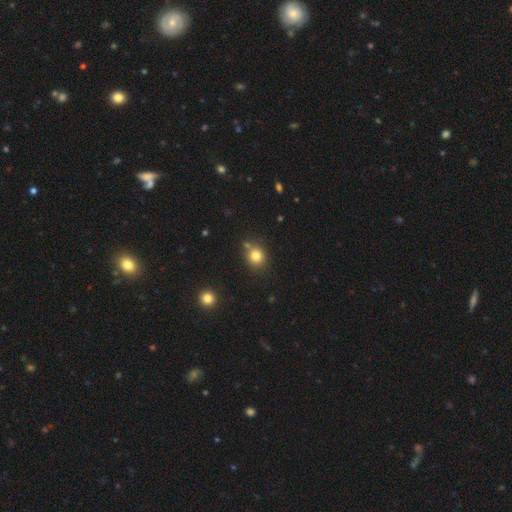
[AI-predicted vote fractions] Smooth or featured? smooth (81%)
How rounded? round (80%)
Merging? none (71%)